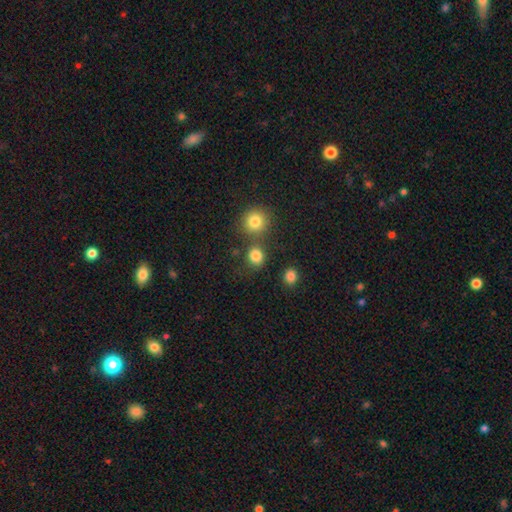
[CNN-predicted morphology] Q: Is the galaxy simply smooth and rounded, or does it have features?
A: smooth — 83%.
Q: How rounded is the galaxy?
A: round — 82%.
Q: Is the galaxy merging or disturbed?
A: none — 70%.